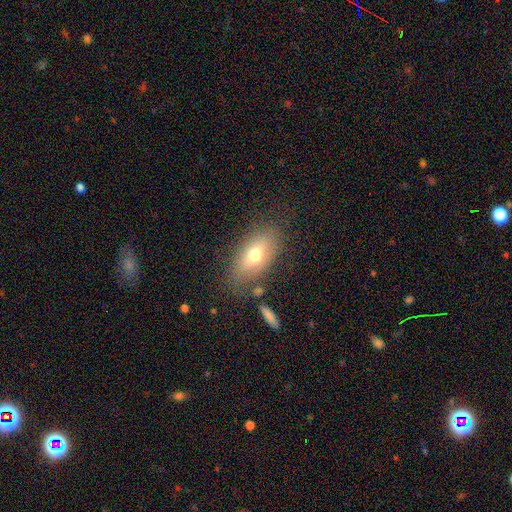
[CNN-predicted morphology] smooth 68%, featured or disk 23%, star or artifact 9%. Down the decision tree: how rounded — in between (87%); merging — none (74%).